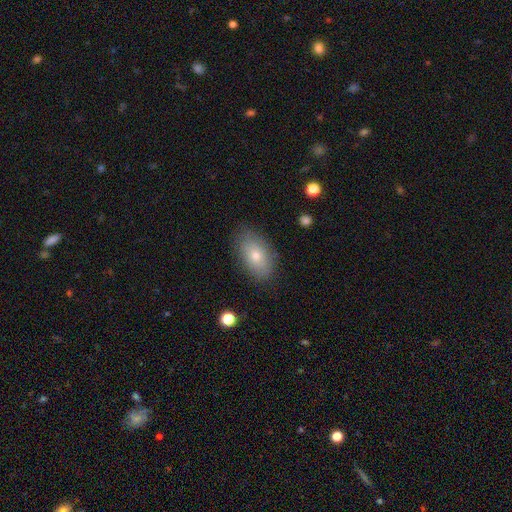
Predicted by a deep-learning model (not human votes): Overall: smooth (72%). How rounded: in between (91%). Merging: none (83%).